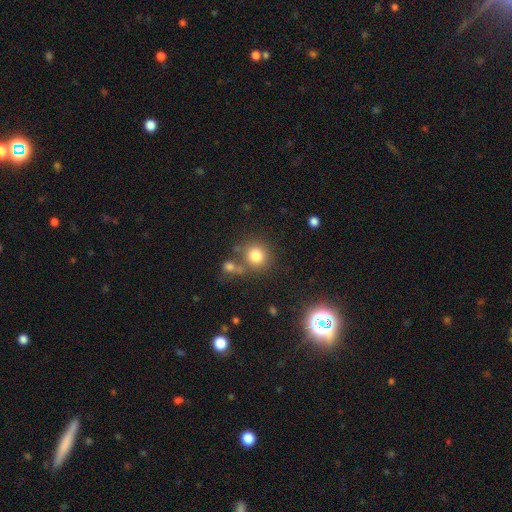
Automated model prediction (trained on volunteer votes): Smooth or featured? Predicted: smooth (p=0.80). How rounded? Predicted: round (p=0.90). Merging? Predicted: none (p=0.70).